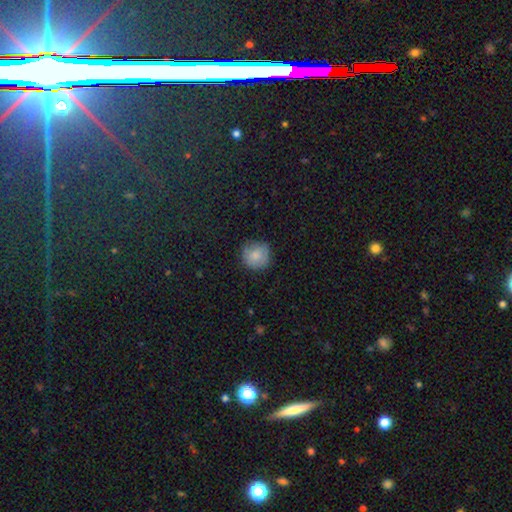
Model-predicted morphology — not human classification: This is likely a smooth galaxy (78%). How rounded: clearly round (92%). Merging: likely none (77%).